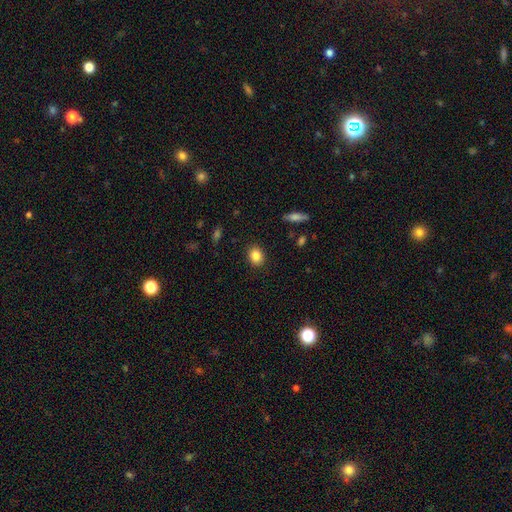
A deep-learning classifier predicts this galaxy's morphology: Q: Smooth or featured?
A: smooth (85%); runner-up: star or artifact (9%)
Q: How rounded?
A: in between (53%); runner-up: round (46%)
Q: Merging?
A: none (89%); runner-up: minor disturbance (8%)